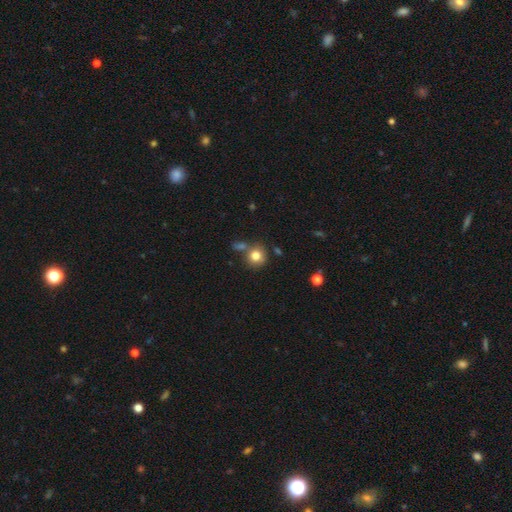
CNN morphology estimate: smooth_or_featured: smooth (p=0.81) [alt: star or artifact p=0.11]
how_rounded: round (p=0.83) [alt: in between p=0.16]
merging: none (p=0.65) [alt: merger p=0.17]